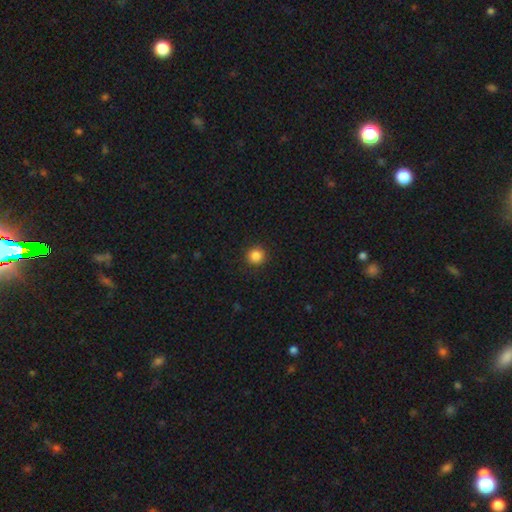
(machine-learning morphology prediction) Smooth or featured?
  - smooth: 86% *
  - star or artifact: 11%
  - featured or disk: 3%
How rounded?
  - round: 94% *
  - in between: 5%
  - cigar-shaped: 1%
Merging?
  - none: 92% *
  - minor disturbance: 5%
  - major disturbance: 2%
  - merger: 1%